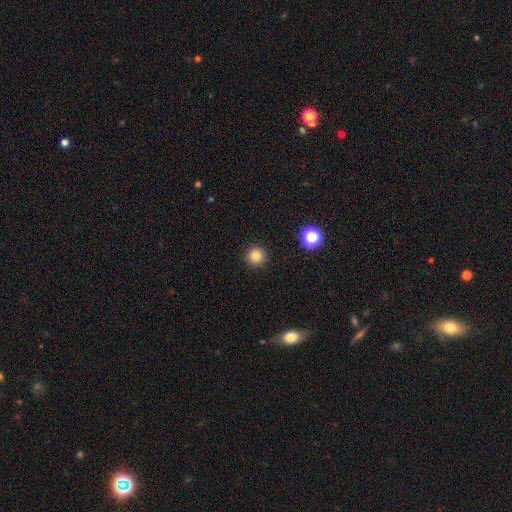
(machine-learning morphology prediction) Smooth or featured? smooth (82%)
How rounded? round (96%)
Merging? none (92%)